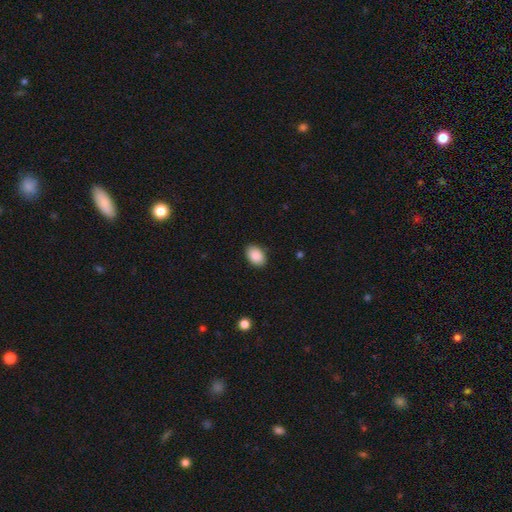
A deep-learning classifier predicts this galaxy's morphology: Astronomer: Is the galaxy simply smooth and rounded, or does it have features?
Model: smooth — 90%.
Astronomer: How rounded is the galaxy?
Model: in between — 83%.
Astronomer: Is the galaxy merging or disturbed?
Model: none — 88%.